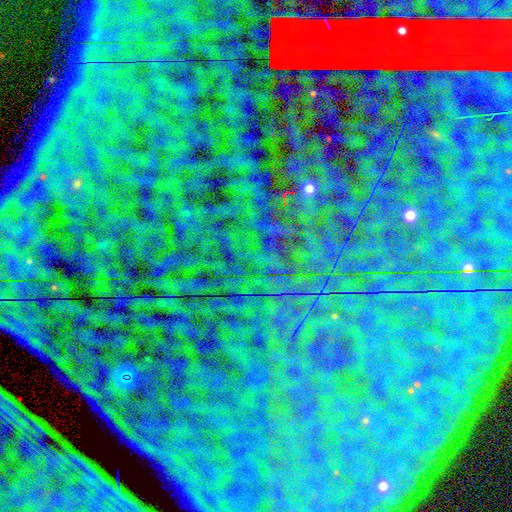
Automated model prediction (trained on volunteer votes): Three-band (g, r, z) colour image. It shows a star or artifact, not a galaxy (84%).